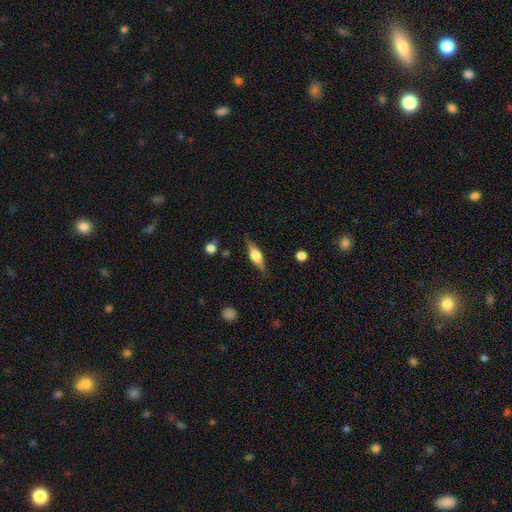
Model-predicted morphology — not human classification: featured or disk 51%, smooth 42%, star or artifact 7%. Down the decision tree: edge-on disk — yes (93%); merging — none (84%).